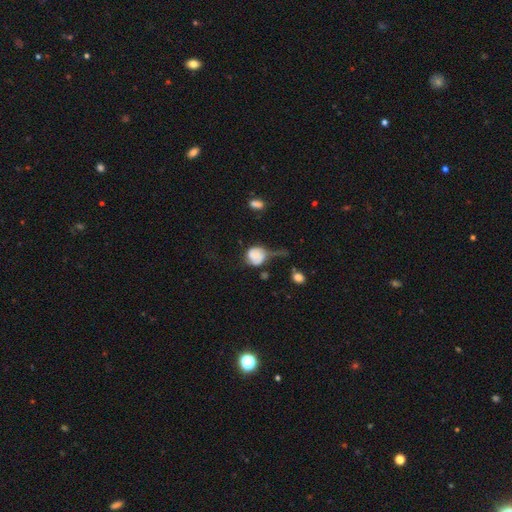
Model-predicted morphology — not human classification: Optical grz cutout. It shows a smooth galaxy with no disk features (60%) that is round (78%). Merging: major disturbance (34%).